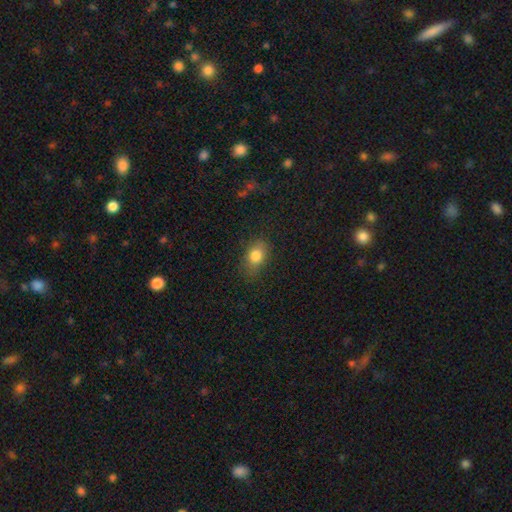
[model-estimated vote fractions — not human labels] Smooth or featured? smooth (81%)
How rounded? in between (74%)
Merging? none (74%)